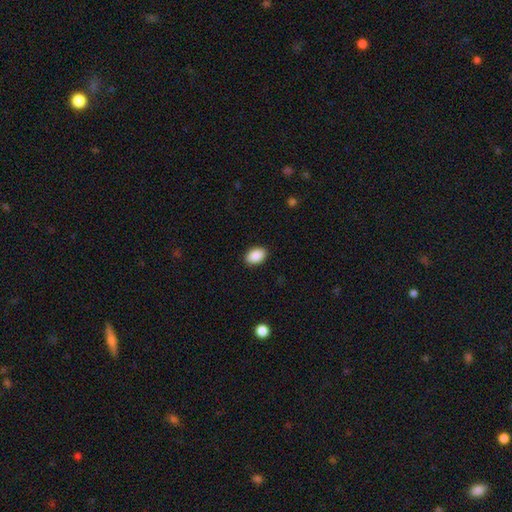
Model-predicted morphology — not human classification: Q: Smooth or featured?
A: smooth (90%); runner-up: star or artifact (7%)
Q: How rounded?
A: in between (87%); runner-up: round (12%)
Q: Merging?
A: none (90%); runner-up: minor disturbance (8%)